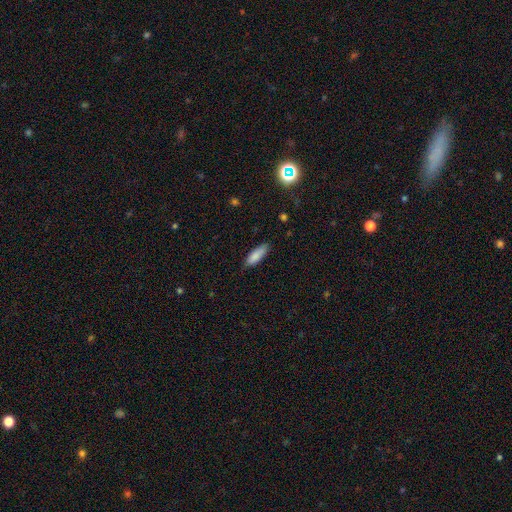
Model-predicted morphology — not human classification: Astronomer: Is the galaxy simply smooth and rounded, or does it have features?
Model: smooth — 85%.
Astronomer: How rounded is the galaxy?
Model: in between — 56% (runner-up: cigar-shaped, 42%).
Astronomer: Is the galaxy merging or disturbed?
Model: none — 79%.